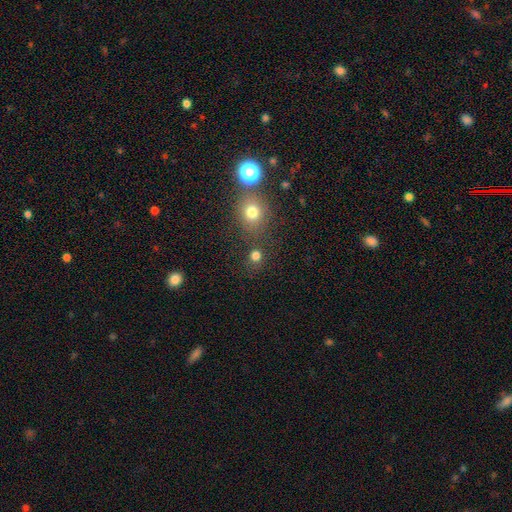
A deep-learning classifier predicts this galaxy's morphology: Smooth or featured? Predicted: smooth (p=0.76). How rounded? Predicted: round (p=0.83). Merging? Predicted: none (p=0.74).